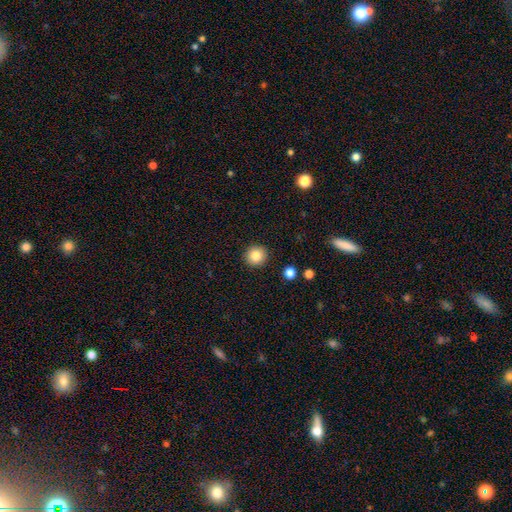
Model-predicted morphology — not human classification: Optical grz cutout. It shows a smooth galaxy with no disk features (84%) that is round (92%). Merging: none (92%).